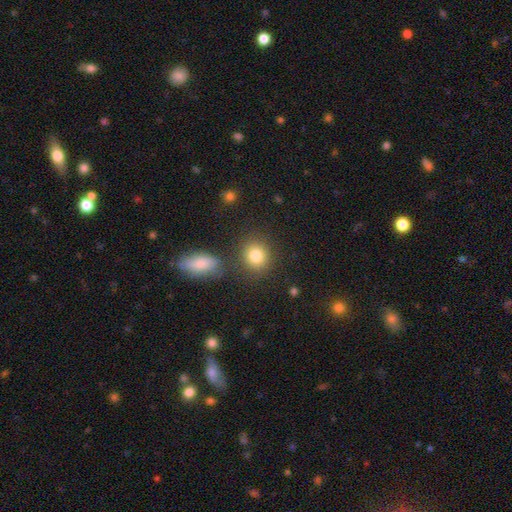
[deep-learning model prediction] smooth_or_featured: smooth (p=0.83) [alt: star or artifact p=0.10]
how_rounded: round (p=0.76) [alt: in between p=0.23]
merging: none (p=0.78) [alt: merger p=0.10]